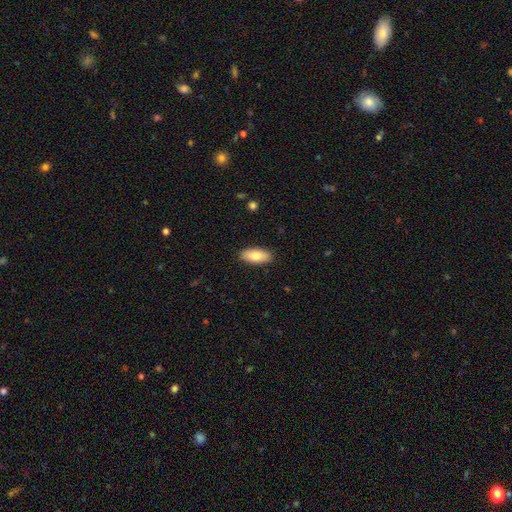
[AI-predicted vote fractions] Q: Smooth or featured?
A: smooth (82%); runner-up: featured or disk (12%)
Q: How rounded?
A: in between (87%); runner-up: cigar-shaped (11%)
Q: Merging?
A: none (89%); runner-up: minor disturbance (8%)